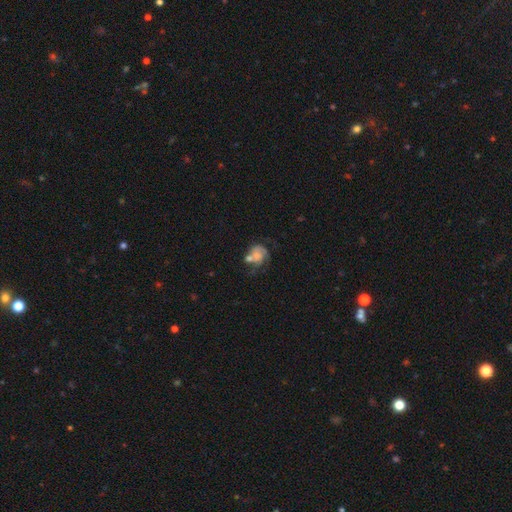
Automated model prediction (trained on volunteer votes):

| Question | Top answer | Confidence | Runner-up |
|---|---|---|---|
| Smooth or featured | featured or disk | 56% | smooth (35%) |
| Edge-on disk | no | 98% | yes (2%) |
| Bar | no | 78% | weak (19%) |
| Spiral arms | yes | 72% | no (28%) |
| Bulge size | small | 41% | moderate (40%) |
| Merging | merger | 34% | none (29%) |